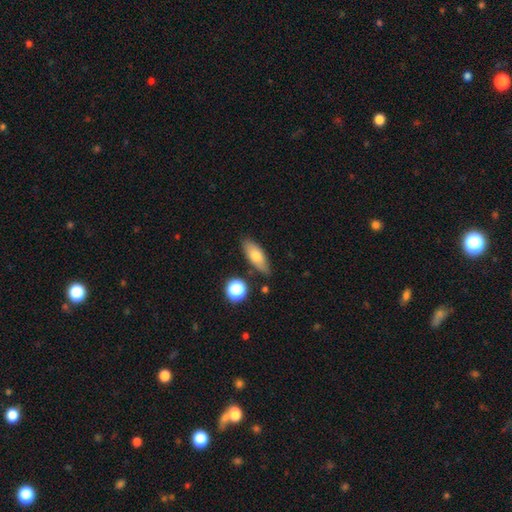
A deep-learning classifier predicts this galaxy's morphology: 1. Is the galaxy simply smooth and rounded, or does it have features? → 72% smooth, 20% featured or disk, 8% star or artifact.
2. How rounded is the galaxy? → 70% in between, 25% cigar-shaped, 5% round.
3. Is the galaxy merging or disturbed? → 79% none, 14% minor disturbance, 4% merger, 3% major disturbance.